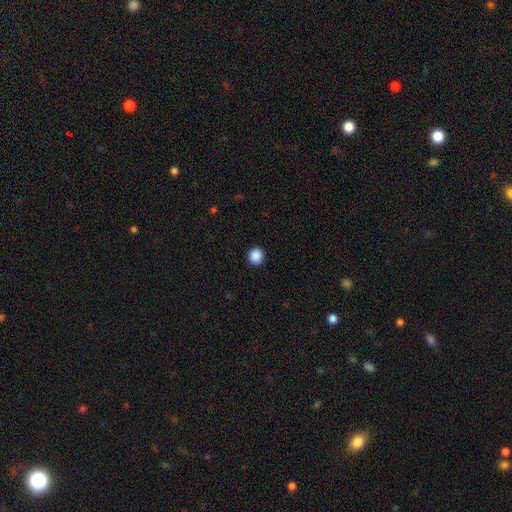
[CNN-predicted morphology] Overall: smooth (88%). How rounded: round (92%). Merging: none (93%).